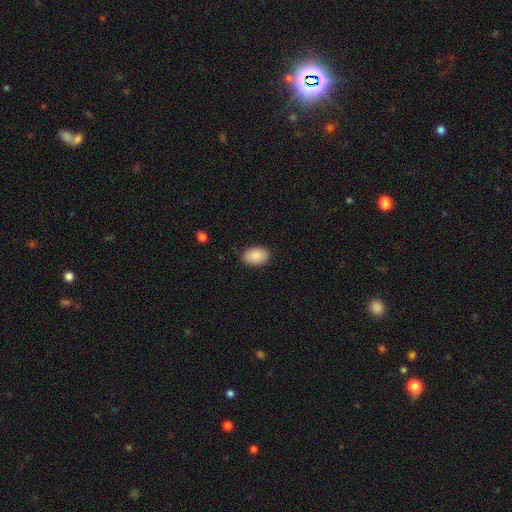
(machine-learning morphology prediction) A smooth galaxy with no disk features (89%) that is in between round and cigar-shaped (86%). Merging: none (88%).